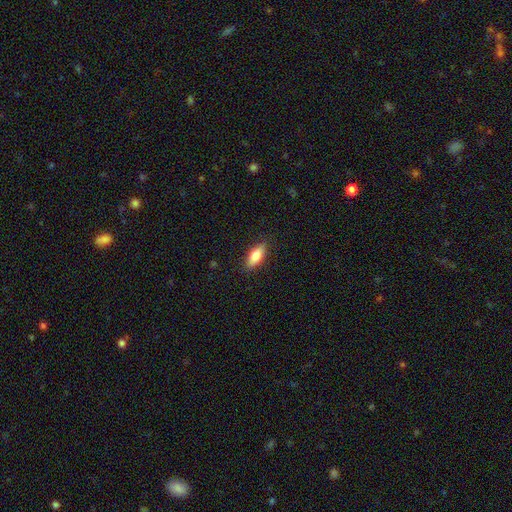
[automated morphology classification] smooth 77%, featured or disk 16%, star or artifact 6%. Down the decision tree: how rounded — in between (75%); merging — none (87%).